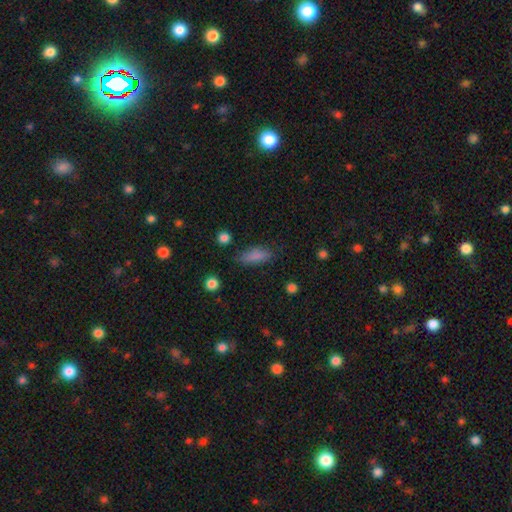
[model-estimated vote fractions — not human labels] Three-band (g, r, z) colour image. It shows a smooth galaxy with no disk features (83%) that is in between round and cigar-shaped (69%). Merging: none (76%).